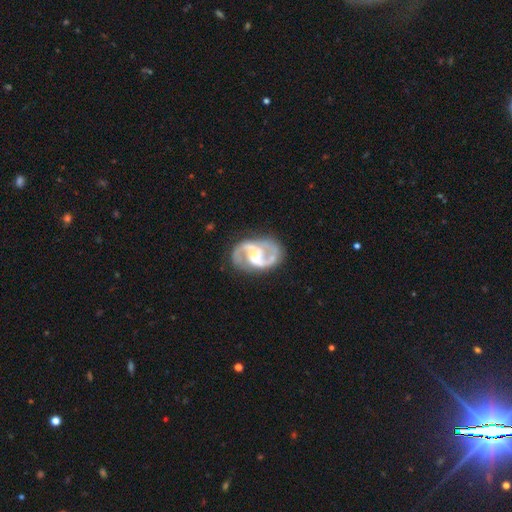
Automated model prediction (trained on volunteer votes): Q: Smooth or featured?
A: featured or disk (91%); runner-up: smooth (5%)
Q: Edge-on disk?
A: no (98%); runner-up: yes (2%)
Q: Bar?
A: weak (47%); runner-up: no (32%)
Q: Spiral arms?
A: yes (97%); runner-up: no (3%)
Q: Spiral winding?
A: medium (59%); runner-up: loose (25%)
Q: Spiral arm count?
A: 2 (93%); runner-up: can't tell (2%)
Q: Bulge size?
A: moderate (51%); runner-up: small (24%)
Q: Merging?
A: none (78%); runner-up: minor disturbance (14%)